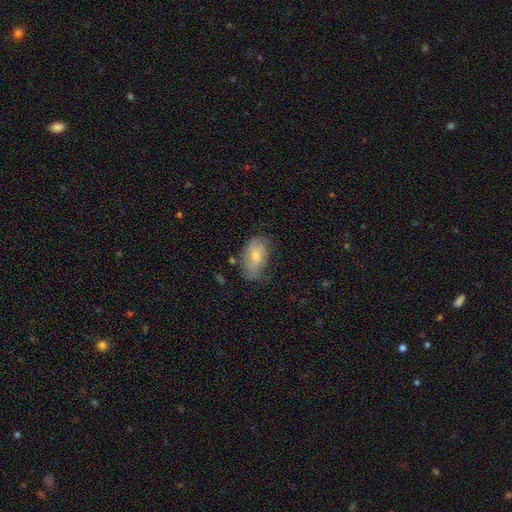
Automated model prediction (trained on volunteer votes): This appears to be a smooth galaxy with no disk features (59%) that is in between round and cigar-shaped (90%). Merging: none (57%).